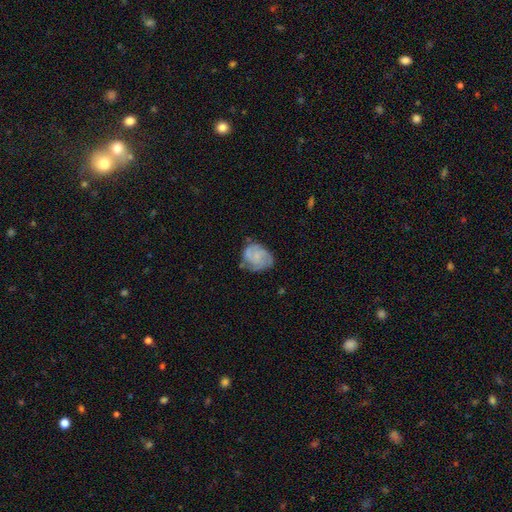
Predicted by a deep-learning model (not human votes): Morphology: type=featured or disk (66%); edge-on=no (98%); bar=no (65%); spiral arms=yes (90%); winding=tight (44%); arm count=3 (33%); bulge=small (45%); merging=none (62%).